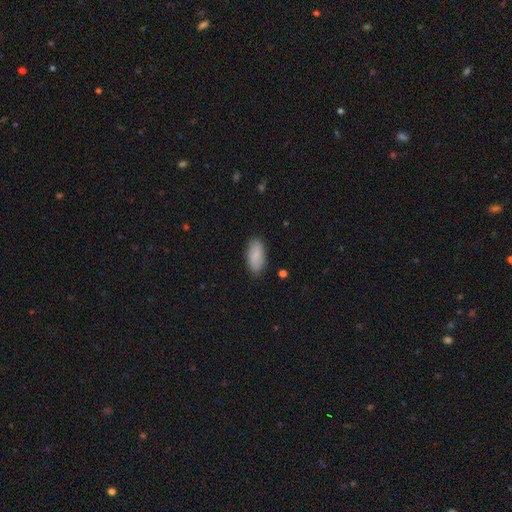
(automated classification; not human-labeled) Smooth or featured?
  - smooth: 86% *
  - featured or disk: 8%
  - star or artifact: 6%
How rounded?
  - in between: 89% *
  - cigar-shaped: 9%
  - round: 2%
Merging?
  - none: 85% *
  - minor disturbance: 12%
  - major disturbance: 2%
  - merger: 1%